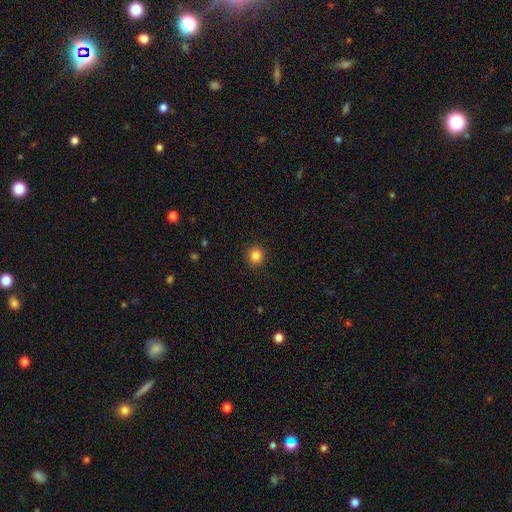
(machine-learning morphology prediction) type=smooth (84%); roundness=round (91%); merging=none (92%).